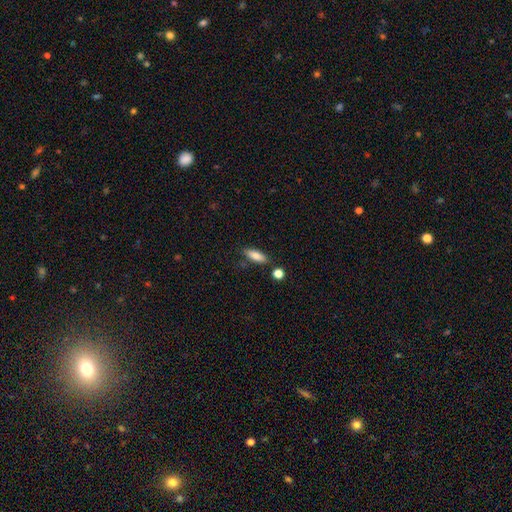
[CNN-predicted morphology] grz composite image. It shows a smooth galaxy with no disk features (79%) that is in between round and cigar-shaped (64%). Merging: none (78%).